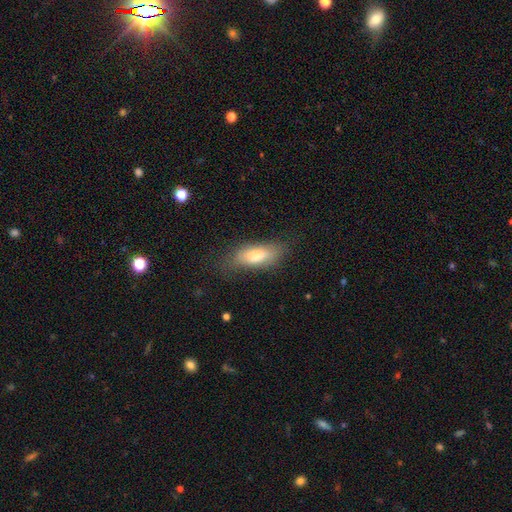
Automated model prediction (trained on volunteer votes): The model was most divided on "merging": none: 70%, minor disturbance: 21%, major disturbance: 7%, merger: 1%. More confident: how rounded — in between (75%); smooth or featured — smooth (74%).